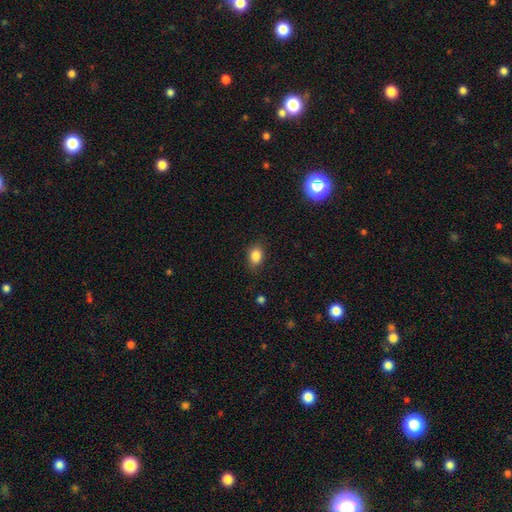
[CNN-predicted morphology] Overall: smooth (85%). How rounded: in between (65%; round 34%). Merging: none (80%).